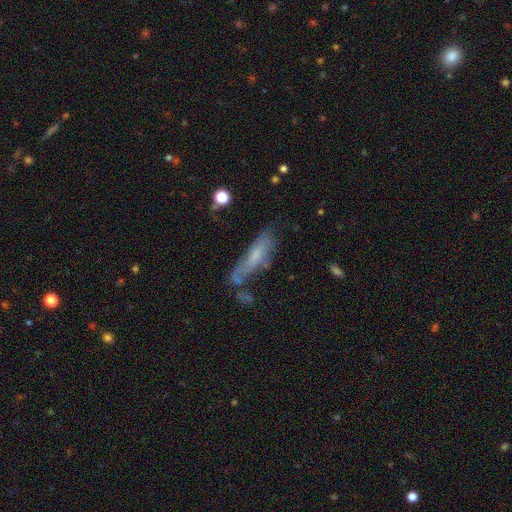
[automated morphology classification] A smooth galaxy with no disk features (50%). Merging: none (38%).